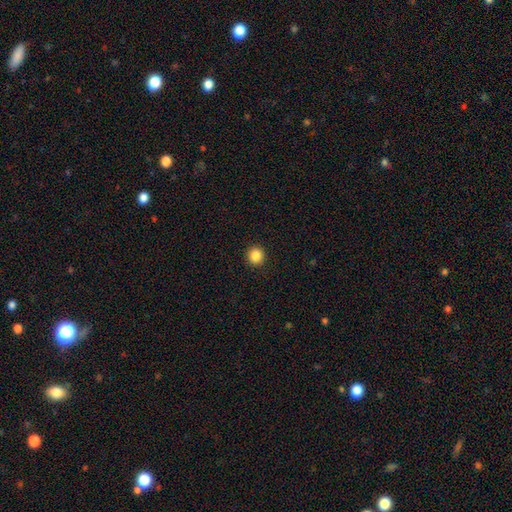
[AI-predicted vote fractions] Smooth or featured?
  - smooth: 86% *
  - star or artifact: 10%
  - featured or disk: 4%
How rounded?
  - round: 93% *
  - in between: 6%
  - cigar-shaped: 1%
Merging?
  - none: 93% *
  - minor disturbance: 4%
  - major disturbance: 2%
  - merger: 1%